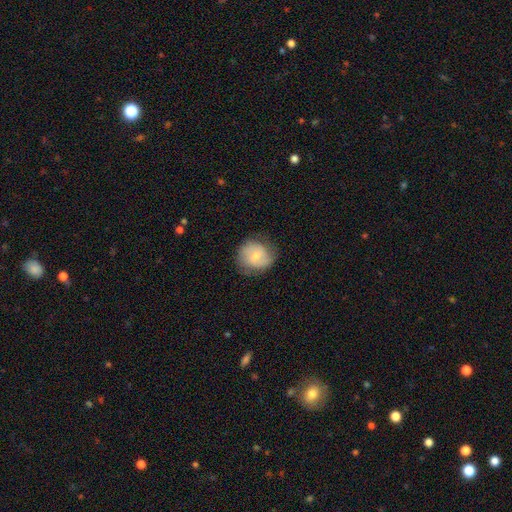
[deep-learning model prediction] Morphology: type=smooth (56%); roundness=round (81%); merging=none (72%).